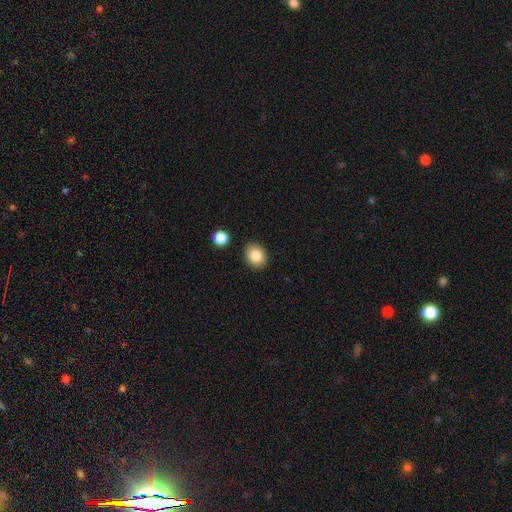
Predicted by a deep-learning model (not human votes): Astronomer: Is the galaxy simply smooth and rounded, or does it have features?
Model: smooth — 83%.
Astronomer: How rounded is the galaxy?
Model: round — 54% (runner-up: in between, 45%).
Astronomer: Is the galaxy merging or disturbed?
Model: none — 88%.